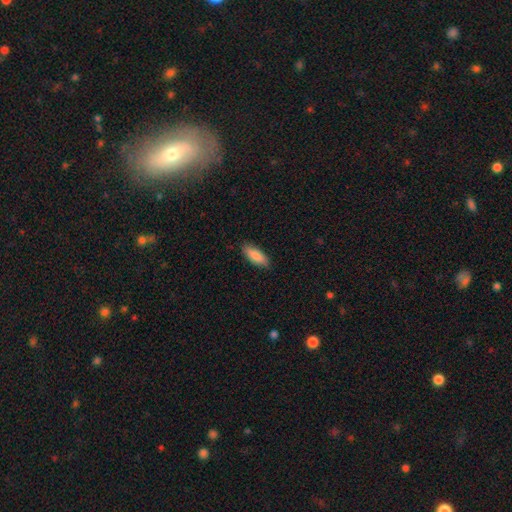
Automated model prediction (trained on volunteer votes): A smooth galaxy with no disk features (86%) that is in between round and cigar-shaped (73%). Merging: none (87%).